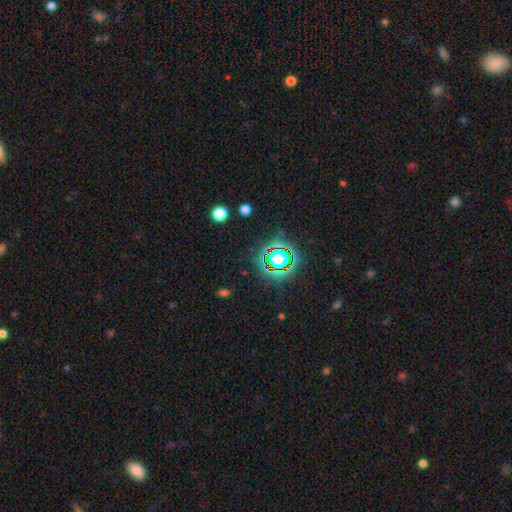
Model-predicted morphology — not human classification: Q: Smooth or featured?
A: star or artifact (78%); runner-up: smooth (14%)